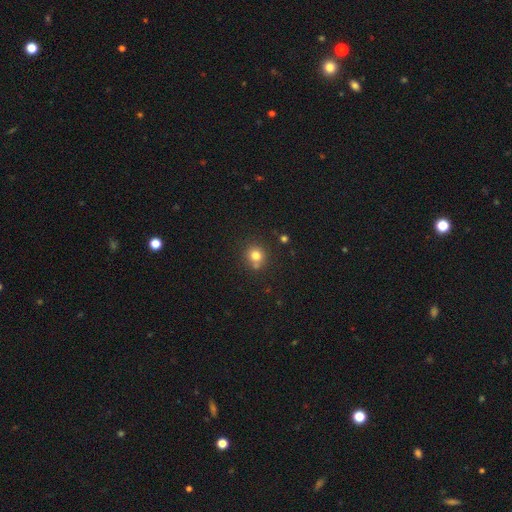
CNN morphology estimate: A smooth galaxy with no disk features (78%) that is round (87%). Merging: none (70%).